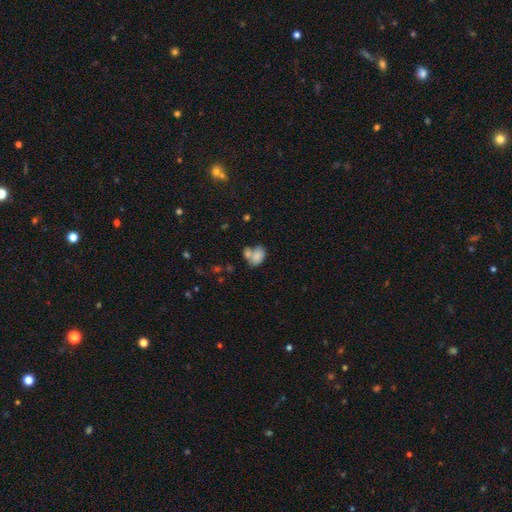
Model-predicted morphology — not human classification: This appears to be a smooth galaxy with no disk features (76%) that is in between round and cigar-shaped (79%). Merging: merger (49%).